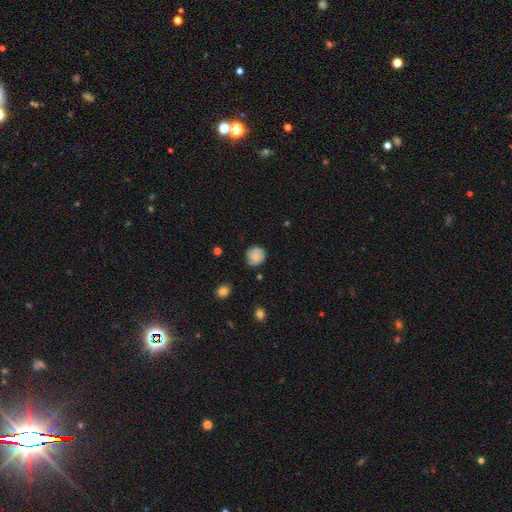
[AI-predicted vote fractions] Smooth or featured?
  - smooth: 70% *
  - featured or disk: 22%
  - star or artifact: 8%
How rounded?
  - round: 88% *
  - in between: 11%
  - cigar-shaped: 1%
Merging?
  - none: 74% *
  - minor disturbance: 20%
  - major disturbance: 5%
  - merger: 2%